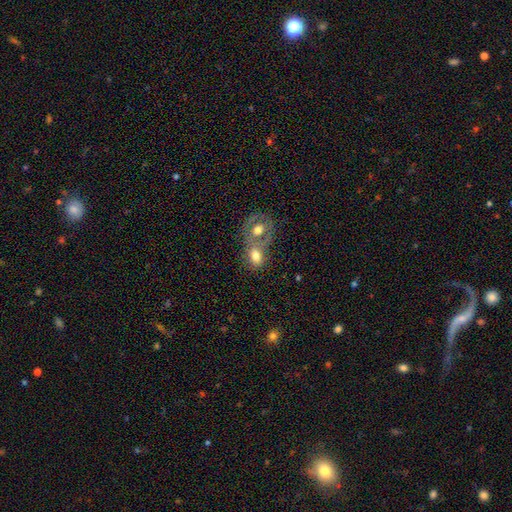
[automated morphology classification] A smooth galaxy with no disk features (66%) that is in between round and cigar-shaped (72%).

Vote fractions:
- Smooth or featured? smooth: 66% / featured or disk: 25% / star or artifact: 9%
- How rounded? in between: 72% / round: 26% / cigar-shaped: 2%
- Merging? merger: 59% / none: 26% / minor disturbance: 10% / major disturbance: 6%